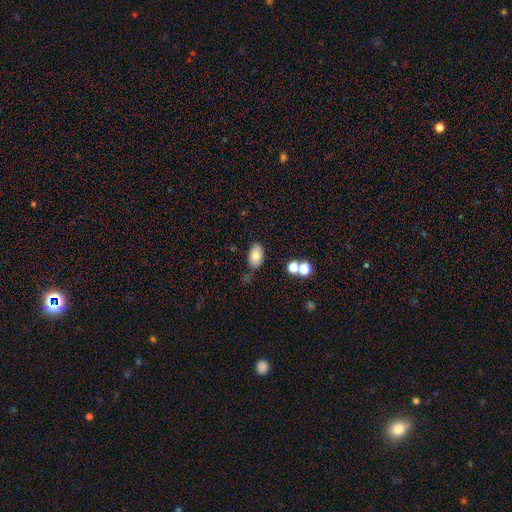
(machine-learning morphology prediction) smooth 75%, featured or disk 15%, star or artifact 9%. Down the decision tree: how rounded — in between (91%); merging — none (71%).